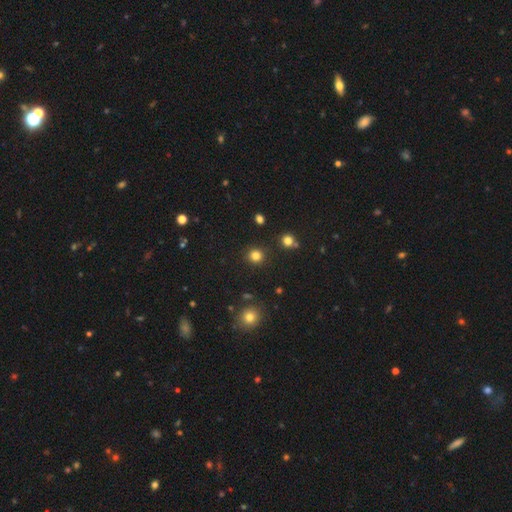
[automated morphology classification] The model was most divided on "smooth or featured": smooth: 81%, star or artifact: 15%, featured or disk: 4%. More confident: how rounded — round (91%); merging — none (90%).